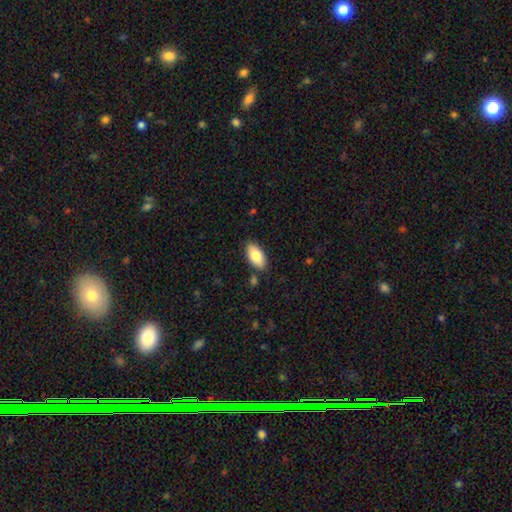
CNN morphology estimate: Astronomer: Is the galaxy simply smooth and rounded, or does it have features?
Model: smooth — 80%.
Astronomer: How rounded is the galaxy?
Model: in between — 93%.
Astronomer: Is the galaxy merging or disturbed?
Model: none — 85%.